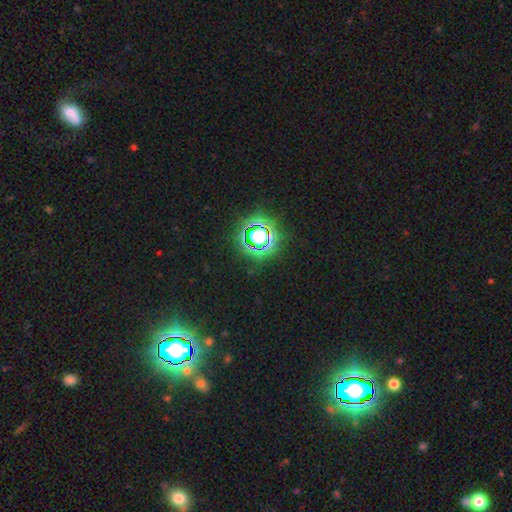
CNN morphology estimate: Smooth or featured: star or artifact — 79% (smooth — 14%)